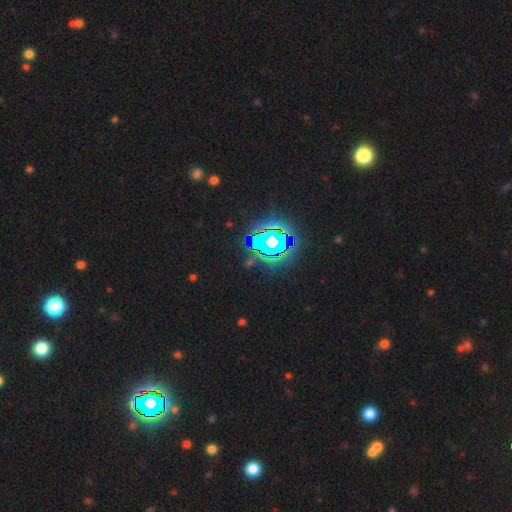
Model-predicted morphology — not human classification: Smooth or featured?
  - star or artifact: 83% *
  - smooth: 10%
  - featured or disk: 7%